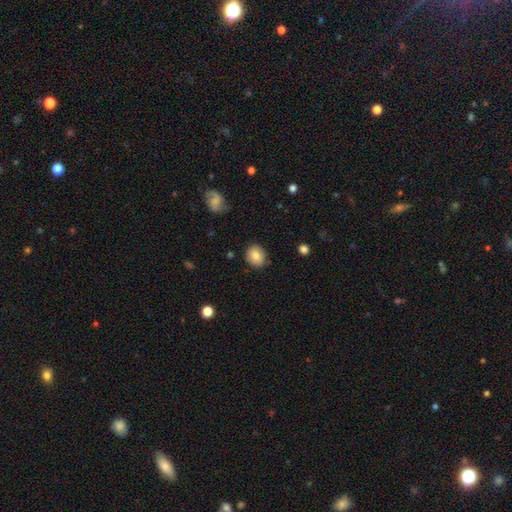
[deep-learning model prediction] Q: Smooth or featured?
A: smooth (82%); runner-up: featured or disk (9%)
Q: How rounded?
A: round (69%); runner-up: in between (30%)
Q: Merging?
A: none (83%); runner-up: minor disturbance (13%)